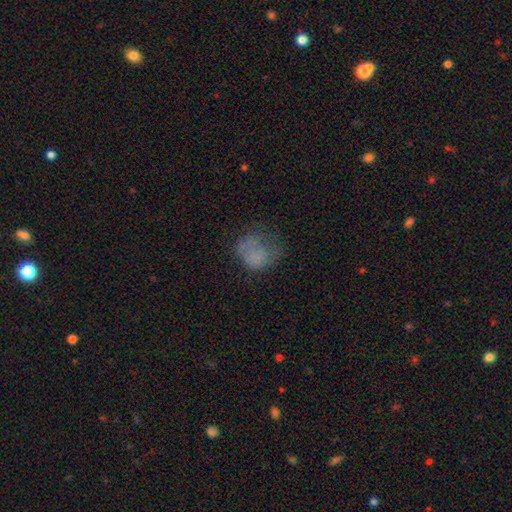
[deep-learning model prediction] smooth 60%, featured or disk 25%, star or artifact 15%. Down the decision tree: how rounded — round (53%); merging — major disturbance (40%).